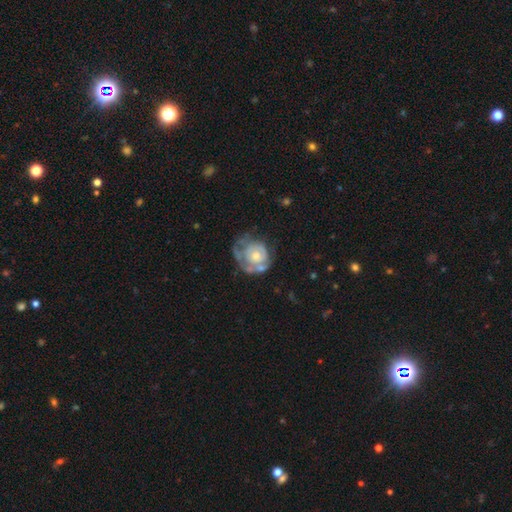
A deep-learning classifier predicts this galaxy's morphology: A featured or disk galaxy (64%) with no bar (86%), spiral arms (54%) and a moderate central bulge (48%). Merging: none (38%).